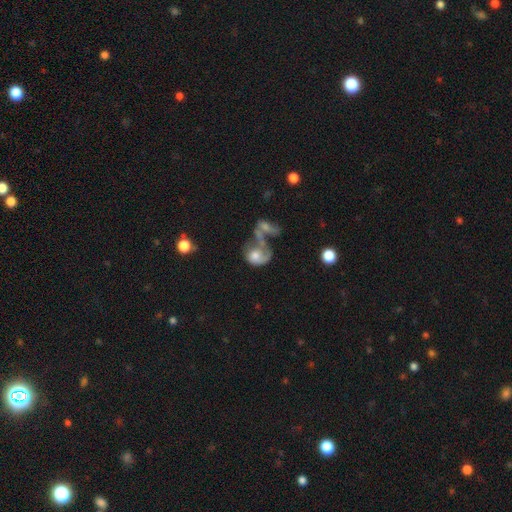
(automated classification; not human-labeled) smooth_or_featured: smooth (p=0.47) [alt: featured or disk p=0.44]
merging: merger (p=0.53) [alt: major disturbance p=0.27]